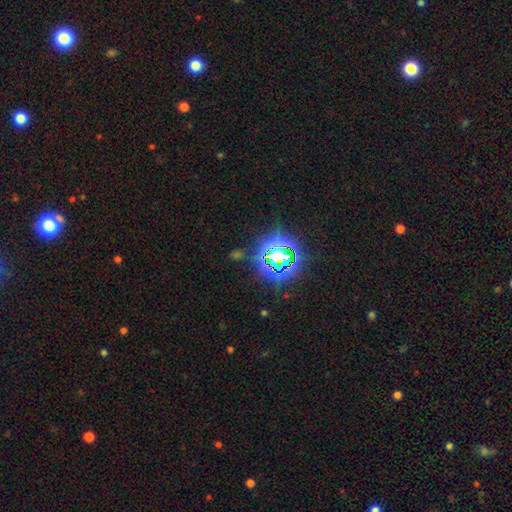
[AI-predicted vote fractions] The model was most divided on "smooth or featured": star or artifact: 78%, smooth: 13%, featured or disk: 8%.